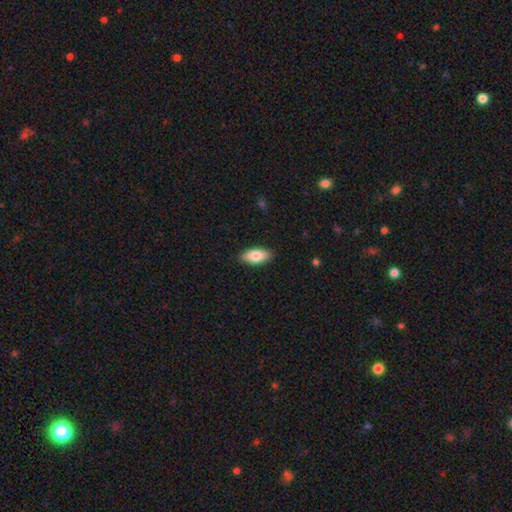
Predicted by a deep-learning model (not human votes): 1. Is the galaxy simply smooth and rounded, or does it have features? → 82% smooth, 12% featured or disk, 6% star or artifact.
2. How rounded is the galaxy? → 90% in between, 8% cigar-shaped, 2% round.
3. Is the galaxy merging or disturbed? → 89% none, 8% minor disturbance, 2% major disturbance, 1% merger.